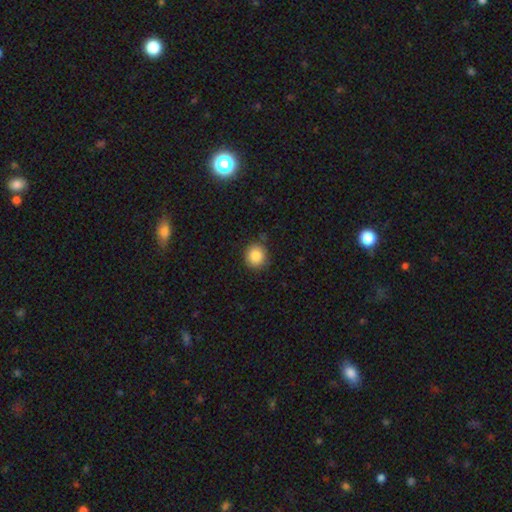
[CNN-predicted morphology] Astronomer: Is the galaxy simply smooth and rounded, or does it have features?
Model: smooth — 86%.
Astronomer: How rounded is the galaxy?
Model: round — 86%.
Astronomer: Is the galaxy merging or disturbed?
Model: none — 84%.